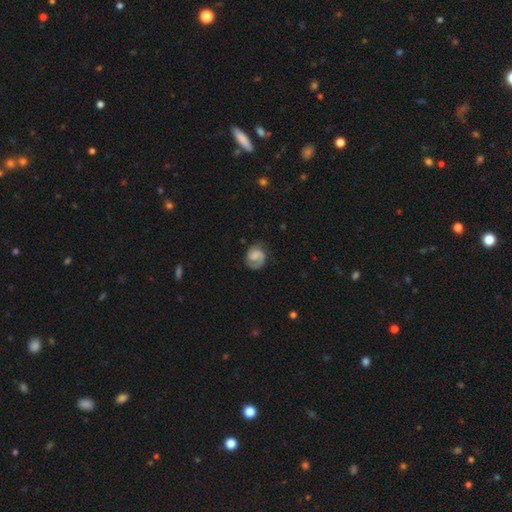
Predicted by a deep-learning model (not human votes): Morphology: type=featured or disk (66%); edge-on=no (98%); bar=no (51%); spiral arms=yes (93%); winding=medium (43%); arm count=2 (61%); bulge=none (35%); merging=none (71%).